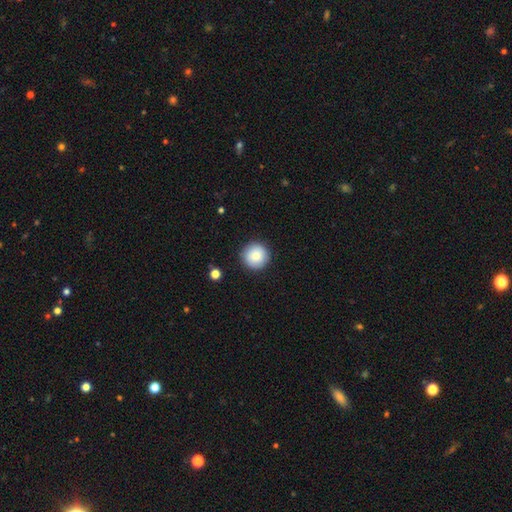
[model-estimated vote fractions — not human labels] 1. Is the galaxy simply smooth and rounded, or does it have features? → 83% smooth, 9% featured or disk, 8% star or artifact.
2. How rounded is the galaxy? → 96% round, 3% in between, 1% cigar-shaped.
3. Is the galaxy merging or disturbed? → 91% none, 6% minor disturbance, 2% major disturbance, 1% merger.